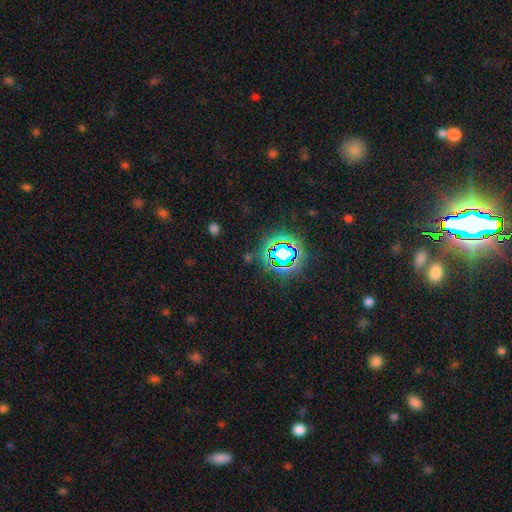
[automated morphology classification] Q: Smooth or featured?
A: star or artifact (76%); runner-up: smooth (16%)